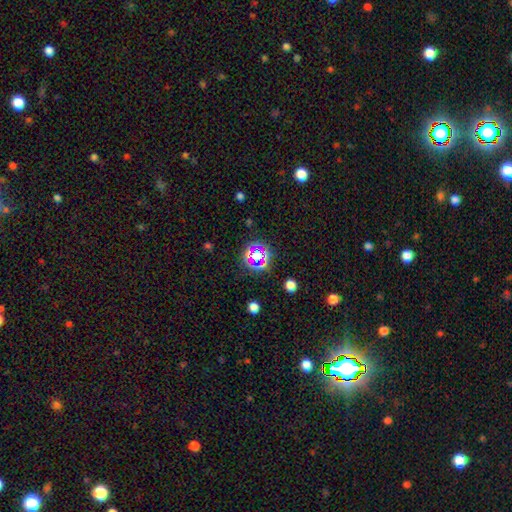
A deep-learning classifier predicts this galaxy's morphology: star or artifact 63%, smooth 26%, featured or disk 11%.